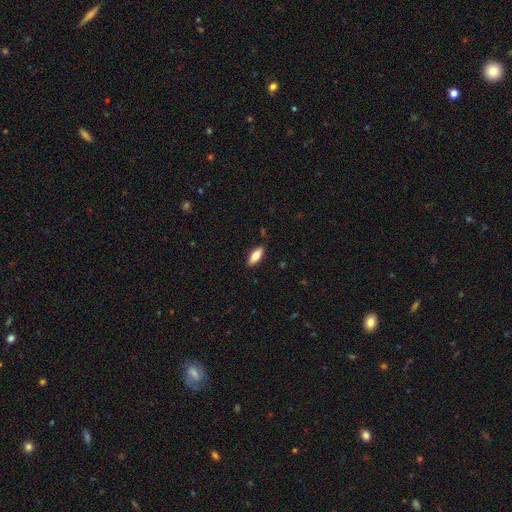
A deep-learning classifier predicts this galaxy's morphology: This is likely a smooth galaxy (70%). How rounded: likely in between (74%). Merging: clearly none (88%).